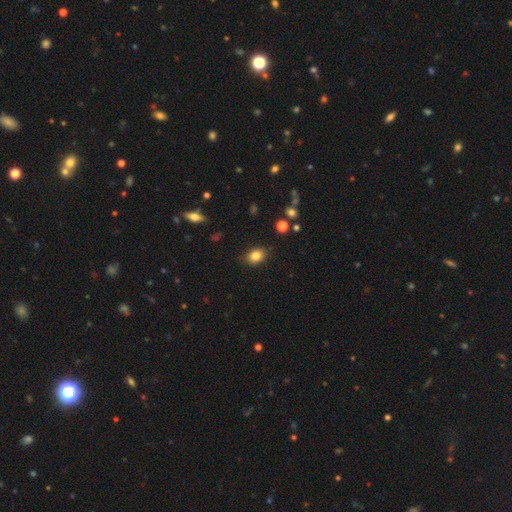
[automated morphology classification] A smooth galaxy with no disk features (83%) that is in between round and cigar-shaped (65%). Merging: none (85%).